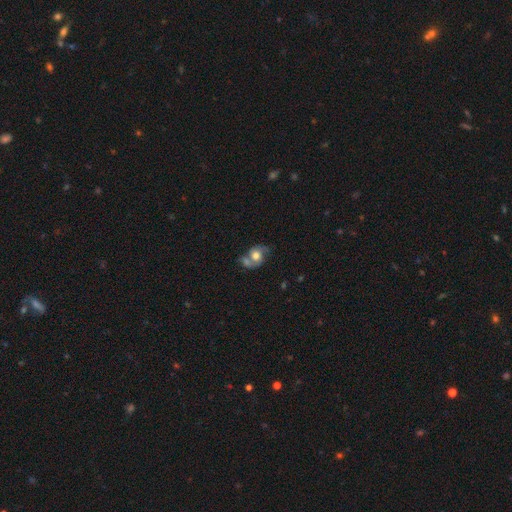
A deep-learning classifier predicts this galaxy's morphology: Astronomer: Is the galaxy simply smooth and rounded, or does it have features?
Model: featured or disk — 51% (runner-up: smooth, 40%).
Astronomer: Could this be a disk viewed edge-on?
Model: no — 96%.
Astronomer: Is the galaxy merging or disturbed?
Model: merger — 39% (runner-up: none, 33%).